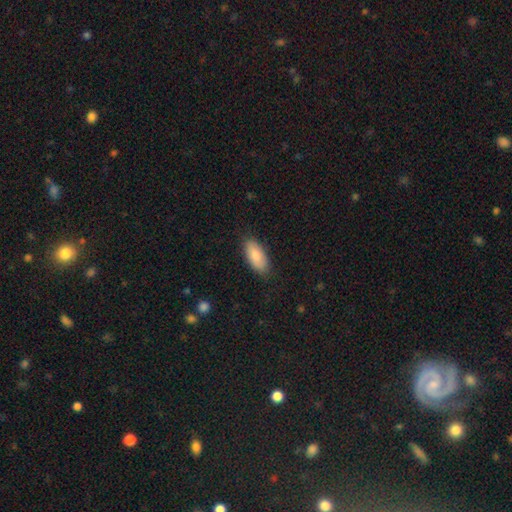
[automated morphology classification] Q: Smooth or featured?
A: smooth (86%); runner-up: featured or disk (9%)
Q: How rounded?
A: in between (89%); runner-up: cigar-shaped (9%)
Q: Merging?
A: none (85%); runner-up: minor disturbance (12%)